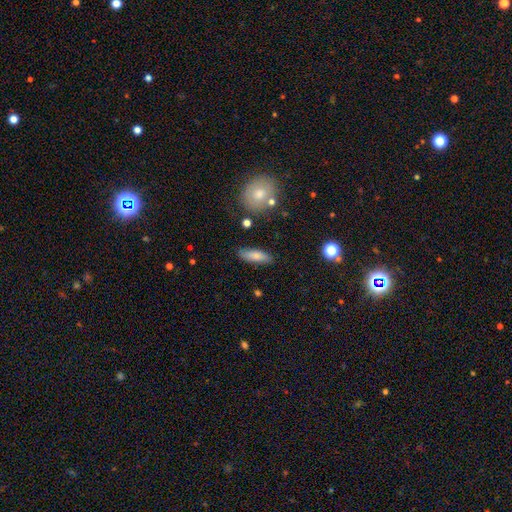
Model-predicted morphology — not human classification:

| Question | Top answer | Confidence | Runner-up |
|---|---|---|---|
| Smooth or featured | smooth | 77% | featured or disk (16%) |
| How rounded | in between | 53% | cigar-shaped (44%) |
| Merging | none | 83% | minor disturbance (11%) |